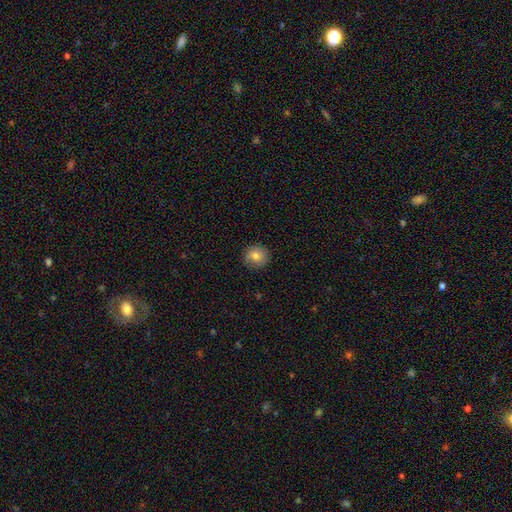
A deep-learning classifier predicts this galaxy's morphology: Smooth or featured: smooth — 78% (featured or disk — 13%)
How rounded: round — 91% (in between — 8%)
Merging: none — 86% (minor disturbance — 11%)